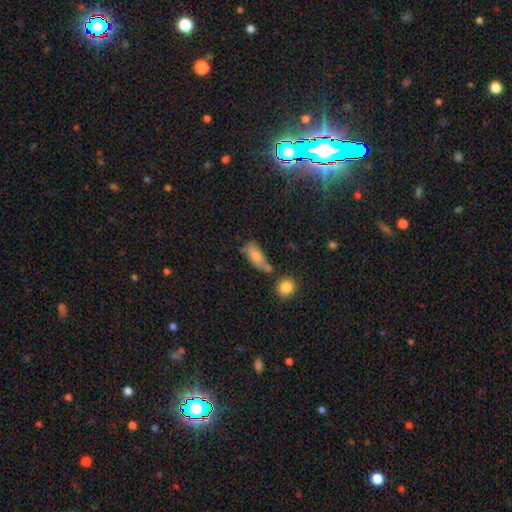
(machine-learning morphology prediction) This appears to be a smooth galaxy with no disk features (80%) that is in between round and cigar-shaped (79%). Merging: none (51%).